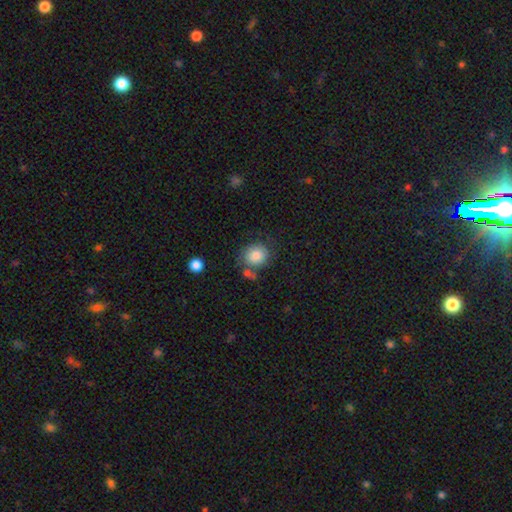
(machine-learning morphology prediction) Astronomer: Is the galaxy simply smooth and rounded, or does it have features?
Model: smooth — 84%.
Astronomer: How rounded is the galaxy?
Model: round — 75%.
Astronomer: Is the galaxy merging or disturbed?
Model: none — 66%.